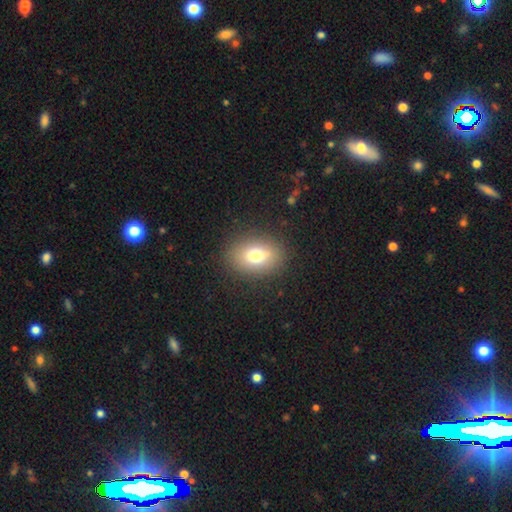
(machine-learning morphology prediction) Smooth or featured? Predicted: smooth (p=0.74). How rounded? Predicted: in between (p=0.70). Merging? Predicted: none (p=0.86).